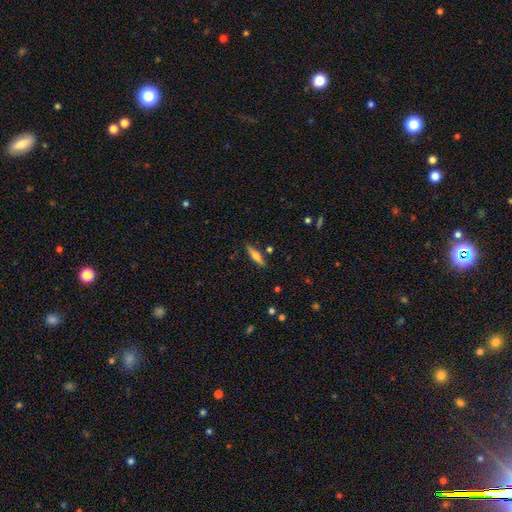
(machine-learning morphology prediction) This appears to be a smooth galaxy with no disk features (47%). Merging: none (84%).